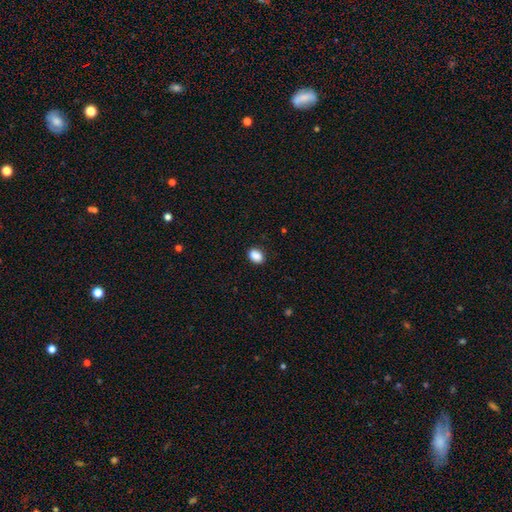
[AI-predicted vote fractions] smooth-or-featured: smooth: 89% | star or artifact: 9% | featured or disk: 3%
  how-rounded: in between: 70% | round: 29% | cigar-shaped: 1%
  merging: none: 88% | minor disturbance: 9% | major disturbance: 2% | merger: 1%